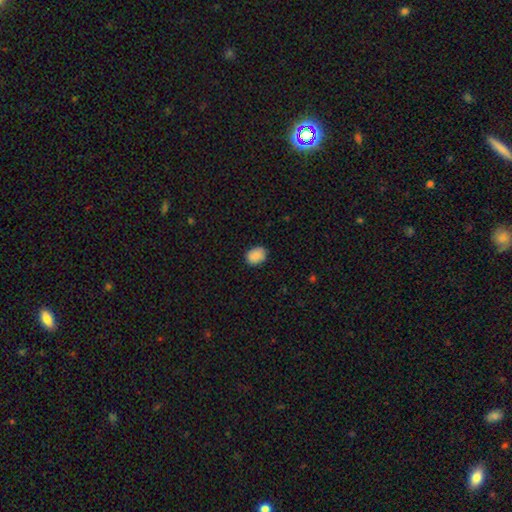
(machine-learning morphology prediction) smooth-or-featured: smooth: 88% | star or artifact: 8% | featured or disk: 4%
  how-rounded: in between: 57% | round: 42% | cigar-shaped: 1%
  merging: none: 85% | minor disturbance: 12% | major disturbance: 2% | merger: 1%